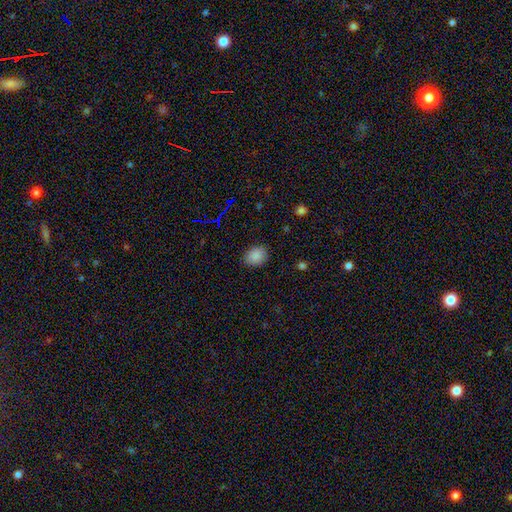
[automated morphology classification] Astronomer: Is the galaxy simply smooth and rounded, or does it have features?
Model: smooth — 85%.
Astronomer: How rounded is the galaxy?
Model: in between — 55% (runner-up: round, 44%).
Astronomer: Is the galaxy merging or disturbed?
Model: none — 84%.